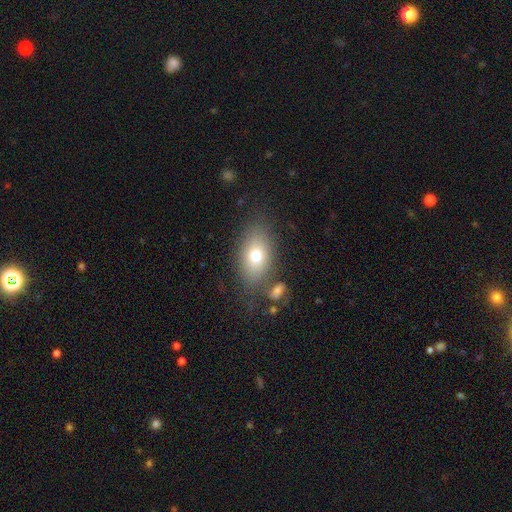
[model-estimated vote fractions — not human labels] A smooth galaxy with no disk features (73%) that is in between round and cigar-shaped (86%). Merging: none (74%).